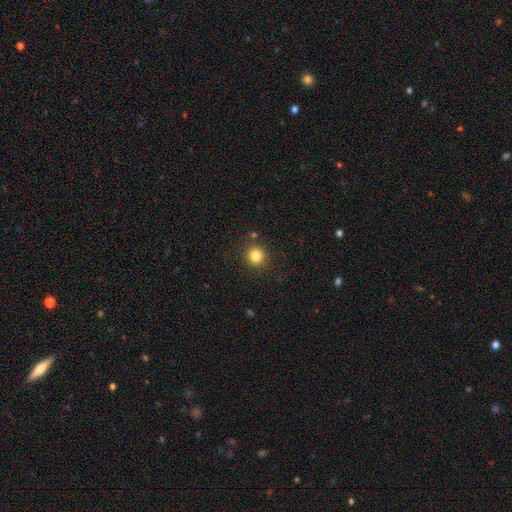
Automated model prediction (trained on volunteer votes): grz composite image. It shows a smooth galaxy with no disk features (83%) that is round (89%). Merging: none (87%).